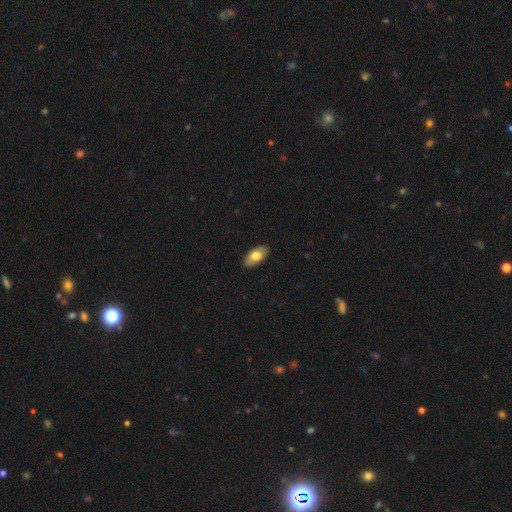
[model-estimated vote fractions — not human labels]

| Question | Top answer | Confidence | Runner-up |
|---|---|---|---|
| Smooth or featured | smooth | 73% | featured or disk (21%) |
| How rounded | in between | 94% | cigar-shaped (3%) |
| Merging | none | 88% | minor disturbance (10%) |